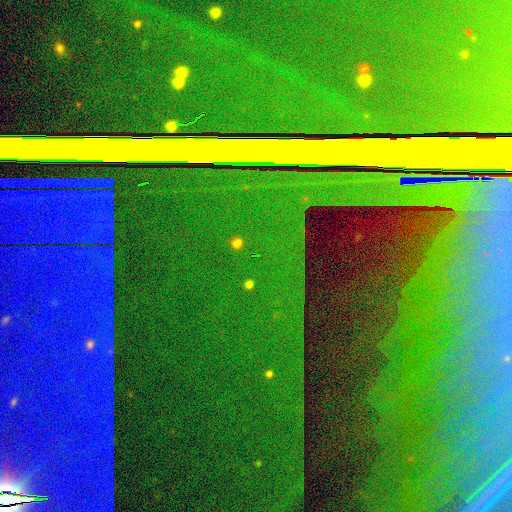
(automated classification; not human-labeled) star or artifact 87%, featured or disk 7%, smooth 6%.